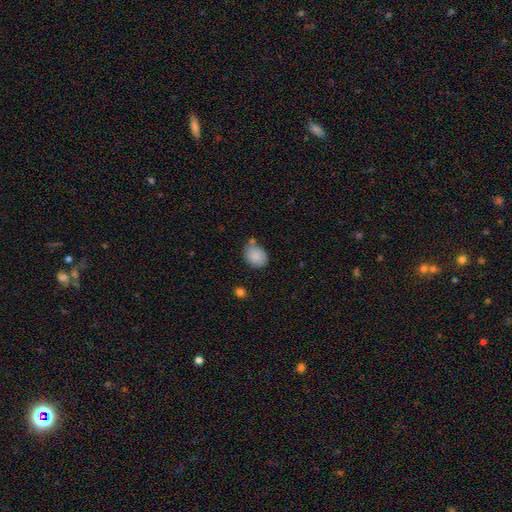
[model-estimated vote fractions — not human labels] smooth_or_featured: smooth (p=0.87) [alt: star or artifact p=0.07]
how_rounded: in between (p=0.53) [alt: round p=0.46]
merging: none (p=0.61) [alt: minor disturbance p=0.22]